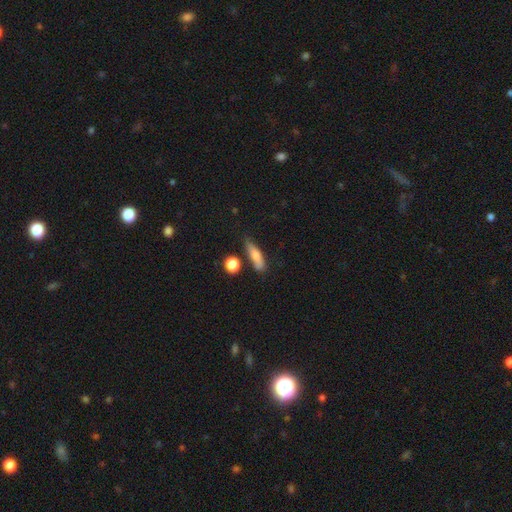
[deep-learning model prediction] Smooth or featured?
  - smooth: 72% *
  - featured or disk: 21%
  - star or artifact: 8%
How rounded?
  - cigar-shaped: 62% *
  - in between: 33%
  - round: 6%
Merging?
  - none: 67% *
  - minor disturbance: 20%
  - merger: 8%
  - major disturbance: 5%